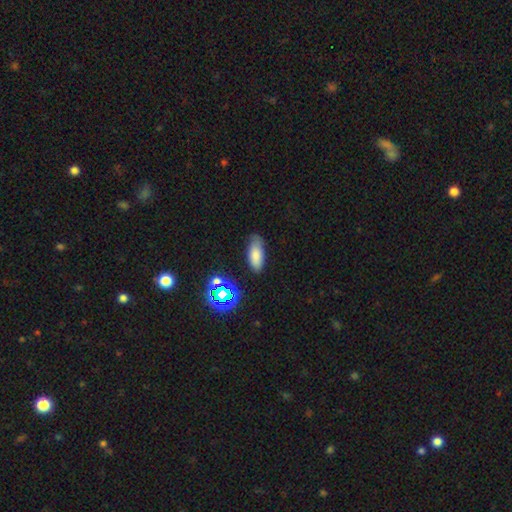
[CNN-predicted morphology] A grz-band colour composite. It shows a smooth galaxy with no disk features (76%) that is in between round and cigar-shaped (85%). Merging: none (76%).